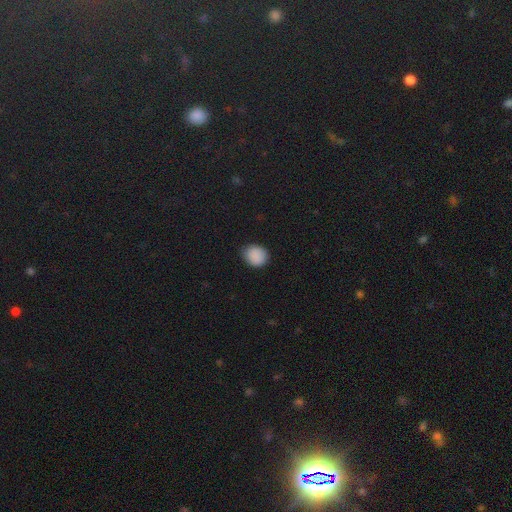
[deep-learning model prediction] Q: Smooth or featured?
A: smooth (89%); runner-up: star or artifact (8%)
Q: How rounded?
A: round (66%); runner-up: in between (33%)
Q: Merging?
A: none (81%); runner-up: minor disturbance (15%)